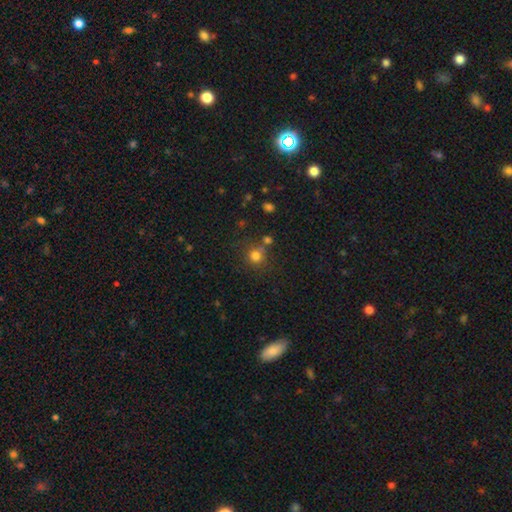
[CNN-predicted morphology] smooth 78%, star or artifact 15%, featured or disk 7%. Down the decision tree: how rounded — round (90%); merging — none (70%).